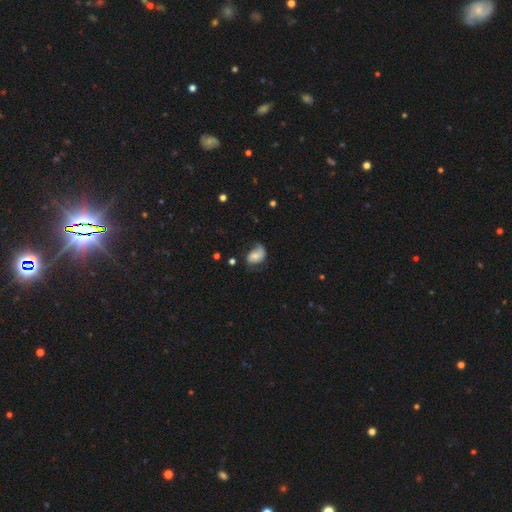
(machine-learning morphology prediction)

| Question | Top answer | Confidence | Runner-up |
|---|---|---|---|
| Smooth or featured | smooth | 46% | featured or disk (45%) |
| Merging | none | 42% | minor disturbance (33%) |